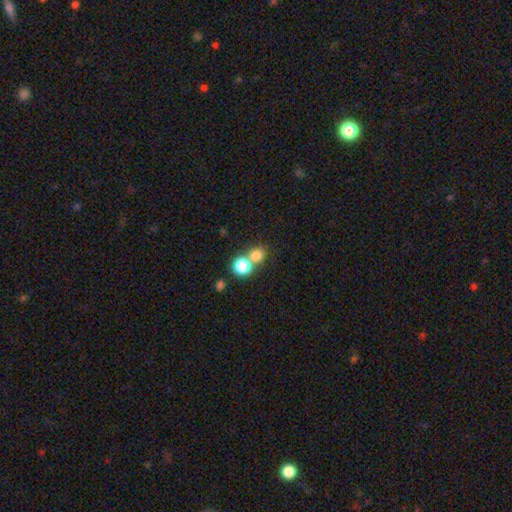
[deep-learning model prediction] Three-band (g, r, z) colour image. It shows a smooth galaxy with no disk features (77%) that is round (84%). Merging: none (48%).